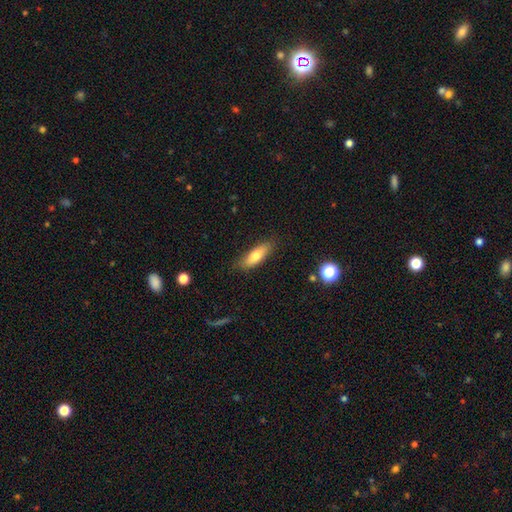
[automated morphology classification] The model was most divided on "how rounded": in between: 54%, cigar-shaped: 43%, round: 2%. More confident: merging — none (83%); smooth or featured — smooth (71%).